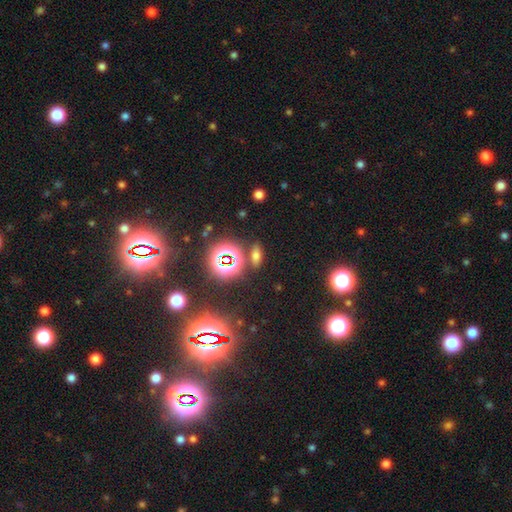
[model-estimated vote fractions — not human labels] The model was most divided on "smooth or featured": smooth: 56%, star or artifact: 31%, featured or disk: 13%. More confident: merging — none (81%); how rounded — in between (68%).